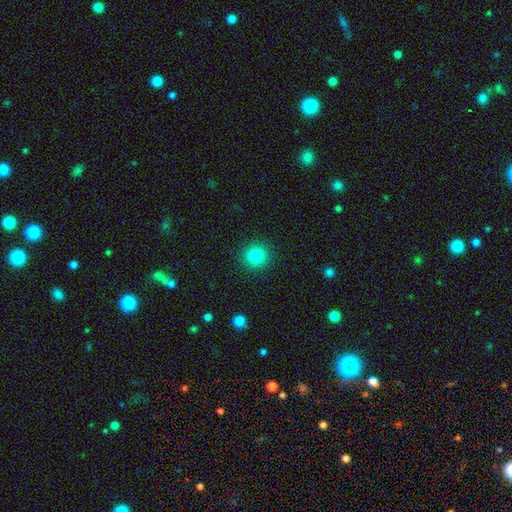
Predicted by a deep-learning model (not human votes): Smooth or featured? smooth (83%)
How rounded? round (94%)
Merging? none (92%)